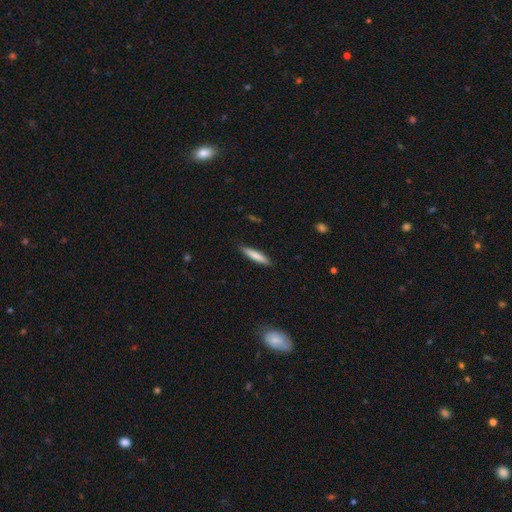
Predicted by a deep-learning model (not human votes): This appears to be a smooth galaxy with no disk features (78%) that is cigar-shaped (87%). Merging: none (88%).